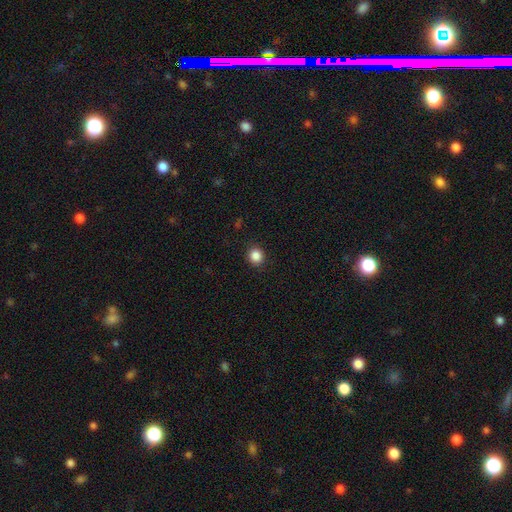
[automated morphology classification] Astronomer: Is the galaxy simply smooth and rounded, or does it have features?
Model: smooth — 86%.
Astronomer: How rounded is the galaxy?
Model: round — 89%.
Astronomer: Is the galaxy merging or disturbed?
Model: none — 91%.